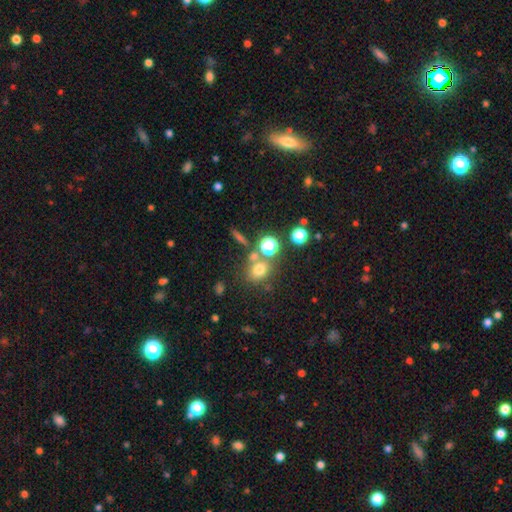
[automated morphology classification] Smooth or featured? Predicted: smooth (p=0.58). How rounded? Predicted: round (p=0.70). Merging? Predicted: none (p=0.66).